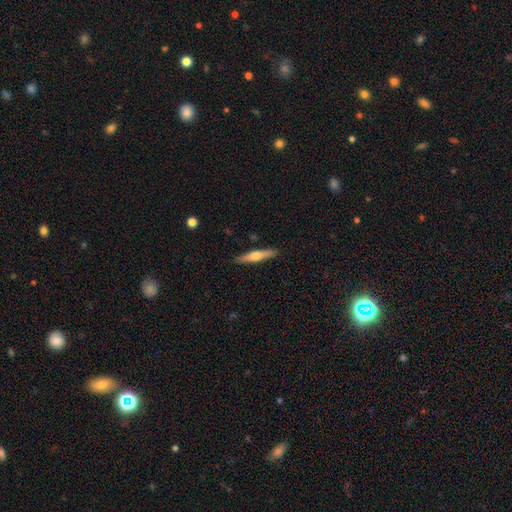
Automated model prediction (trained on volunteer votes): A featured or disk galaxy (50%).

Vote fractions:
- Smooth or featured? featured or disk: 50% / smooth: 45% / star or artifact: 5%
- Merging? none: 90% / minor disturbance: 7% / major disturbance: 2% / merger: 1%